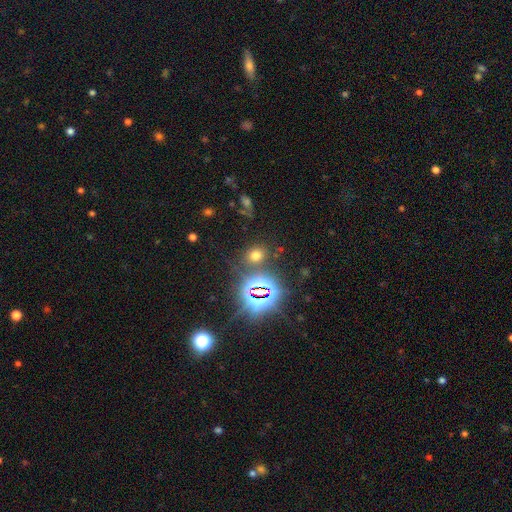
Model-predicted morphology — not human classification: A smooth galaxy with no disk features (58%) that is round (59%). Merging: none (80%).